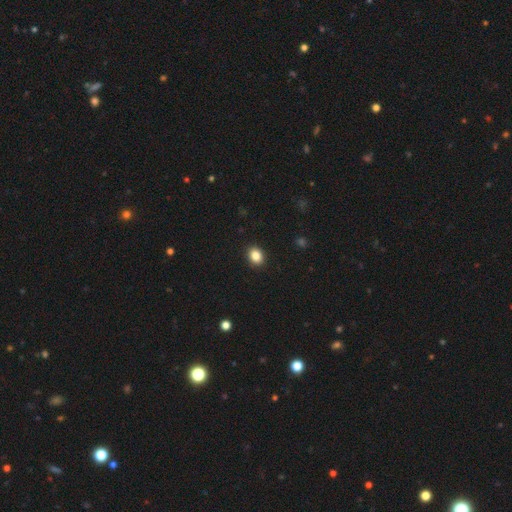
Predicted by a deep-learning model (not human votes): A smooth galaxy with no disk features (85%) that is round (50%). Merging: none (91%).